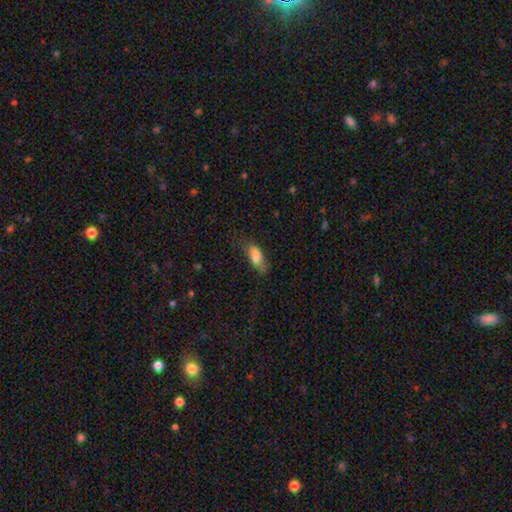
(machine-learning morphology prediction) A smooth galaxy with no disk features (75%) that is in between round and cigar-shaped (76%). Merging: none (46%).